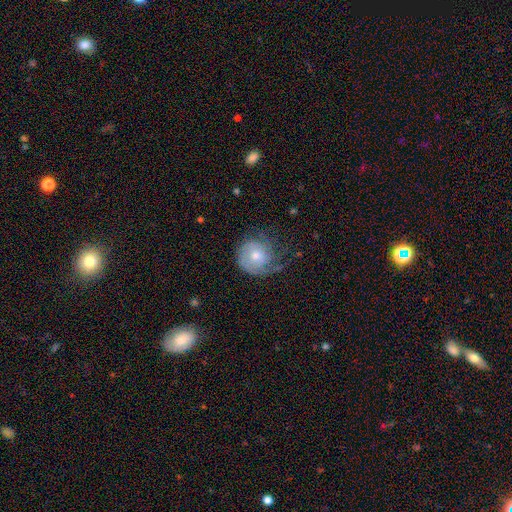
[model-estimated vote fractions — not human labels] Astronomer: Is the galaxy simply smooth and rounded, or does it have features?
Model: featured or disk — 63%.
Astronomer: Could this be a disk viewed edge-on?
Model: no — 97%.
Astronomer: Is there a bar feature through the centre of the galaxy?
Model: no — 78%.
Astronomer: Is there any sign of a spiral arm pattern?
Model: yes — 86%.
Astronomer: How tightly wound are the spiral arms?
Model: tight — 63%.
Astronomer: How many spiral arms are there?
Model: can't tell — 32% (runner-up: 1, 29%).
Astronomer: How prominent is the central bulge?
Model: moderate — 60%.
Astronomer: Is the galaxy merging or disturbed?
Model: none — 57%.